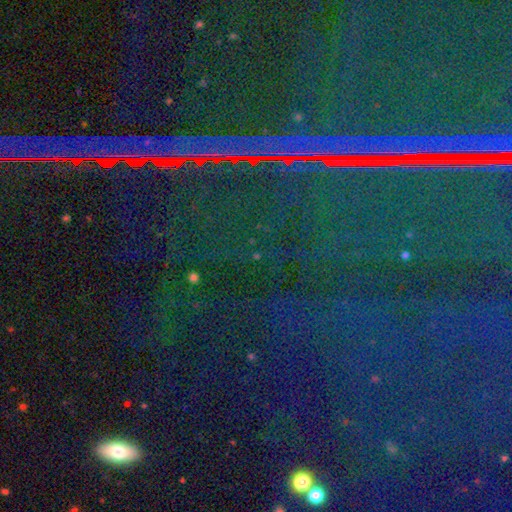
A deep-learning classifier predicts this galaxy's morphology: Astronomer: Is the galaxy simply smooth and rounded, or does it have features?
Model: star or artifact — 86%.